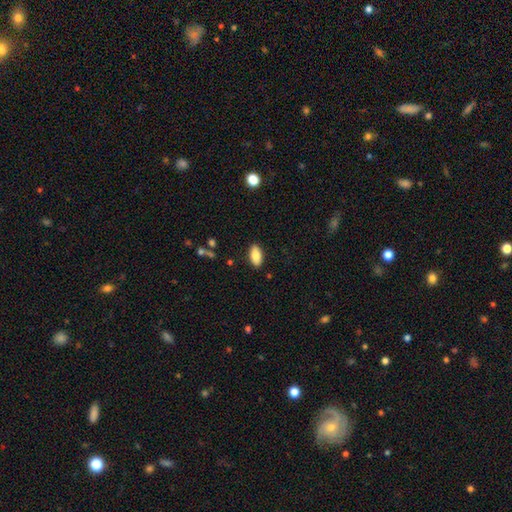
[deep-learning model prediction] Morphology: type=smooth (83%); roundness=in between (90%); merging=none (88%).